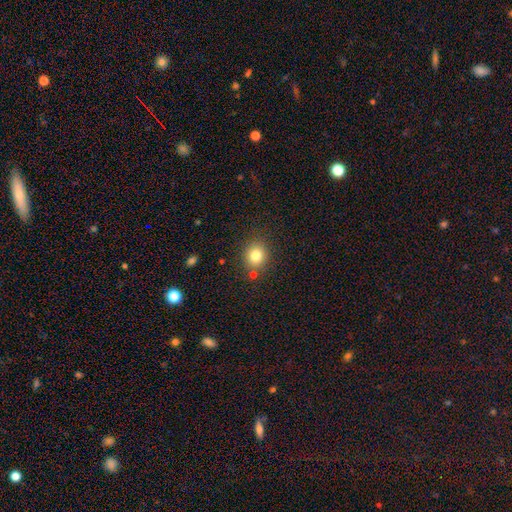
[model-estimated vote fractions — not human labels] Smooth or featured? smooth (81%)
How rounded? round (75%)
Merging? none (82%)